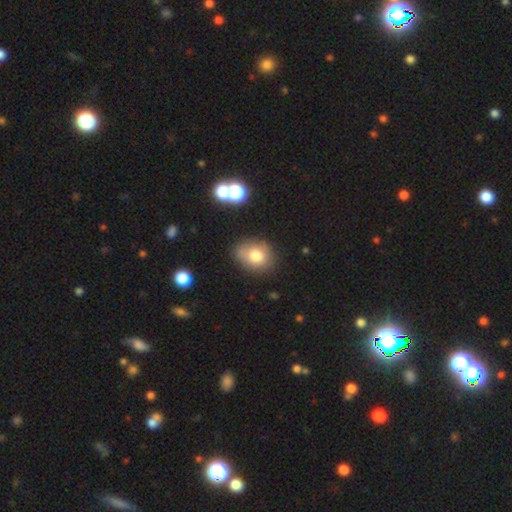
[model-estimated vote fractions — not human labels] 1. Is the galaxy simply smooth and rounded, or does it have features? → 76% smooth, 14% featured or disk, 11% star or artifact.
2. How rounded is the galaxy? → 55% in between, 44% round, 1% cigar-shaped.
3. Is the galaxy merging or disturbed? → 74% none, 17% minor disturbance, 4% major disturbance, 4% merger.